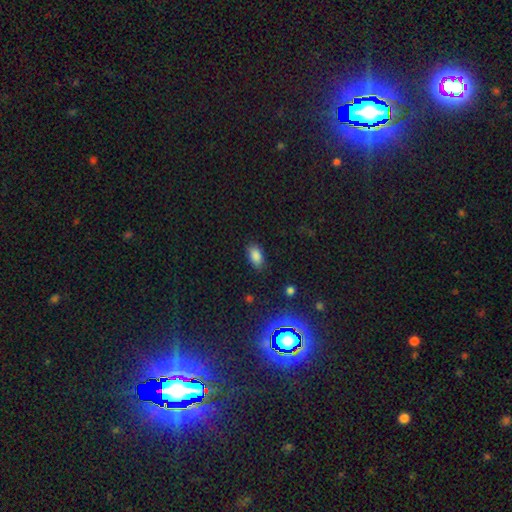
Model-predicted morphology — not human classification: Smooth or featured? Predicted: smooth (p=0.84). How rounded? Predicted: in between (p=0.92). Merging? Predicted: none (p=0.83).